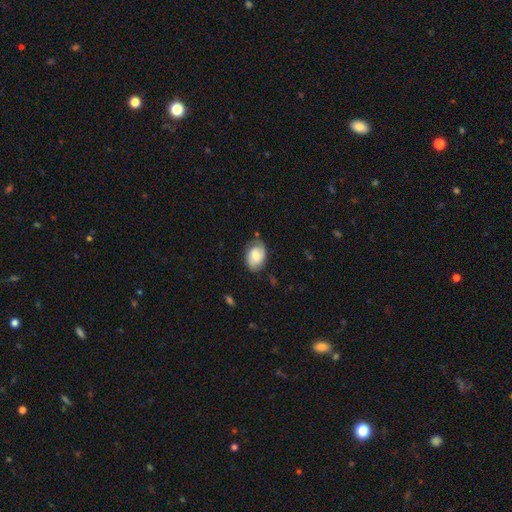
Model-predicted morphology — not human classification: type=smooth (58%); roundness=in between (83%); merging=none (68%).